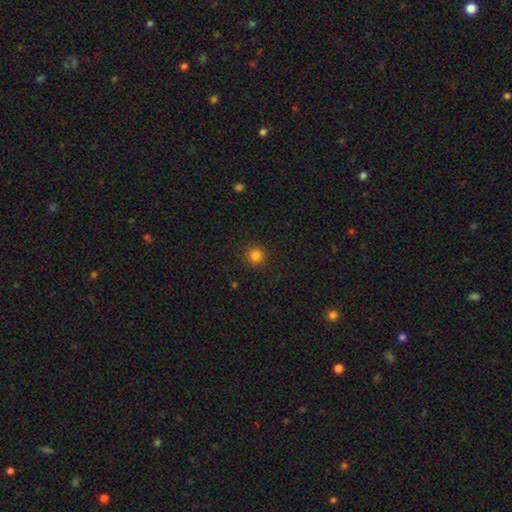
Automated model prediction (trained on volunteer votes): Smooth or featured? smooth (83%)
How rounded? round (95%)
Merging? none (91%)